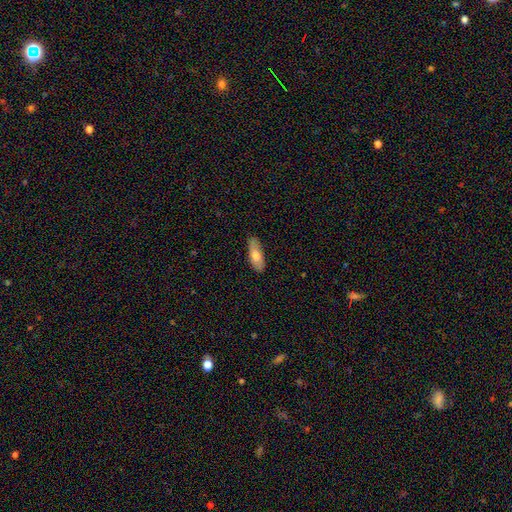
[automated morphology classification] A smooth galaxy with no disk features (70%) that is in between round and cigar-shaped (70%). Merging: none (85%).